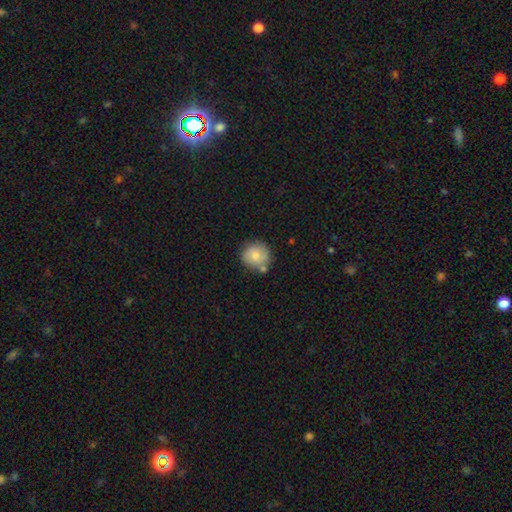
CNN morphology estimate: A smooth galaxy with no disk features (76%) that is round (91%).

Vote fractions:
- Smooth or featured? smooth: 76% / featured or disk: 17% / star or artifact: 7%
- How rounded? round: 91% / in between: 8% / cigar-shaped: 1%
- Merging? none: 71% / minor disturbance: 14% / merger: 11% / major disturbance: 3%